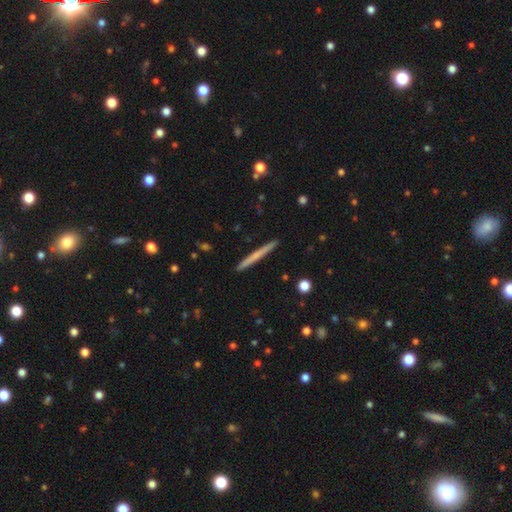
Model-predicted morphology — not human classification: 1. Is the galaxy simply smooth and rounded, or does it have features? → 56% smooth, 39% featured or disk, 5% star or artifact.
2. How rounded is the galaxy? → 97% cigar-shaped, 2% in between, 1% round.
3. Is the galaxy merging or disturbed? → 92% none, 5% minor disturbance, 1% major disturbance, 1% merger.